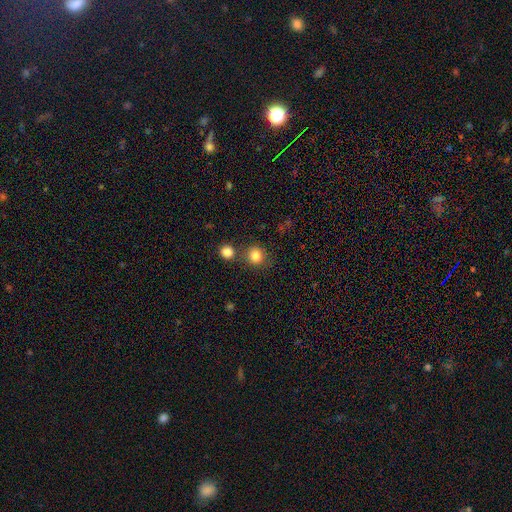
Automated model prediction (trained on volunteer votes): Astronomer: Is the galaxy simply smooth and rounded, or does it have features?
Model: smooth — 83%.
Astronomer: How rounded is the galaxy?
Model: round — 86%.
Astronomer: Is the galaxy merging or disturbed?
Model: none — 76%.